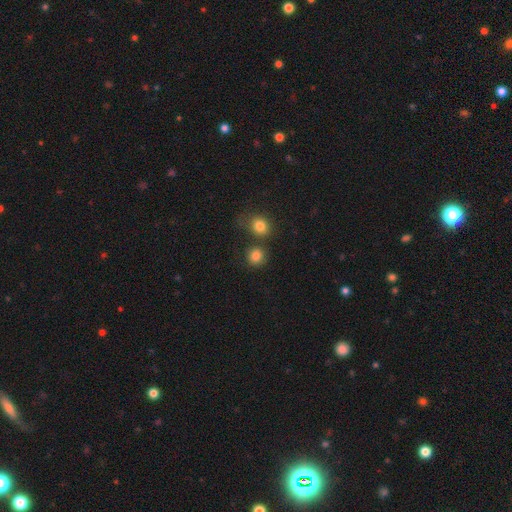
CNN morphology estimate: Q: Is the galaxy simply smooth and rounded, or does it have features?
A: smooth — 83%.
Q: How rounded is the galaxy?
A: round — 85%.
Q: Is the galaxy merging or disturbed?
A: none — 67%.